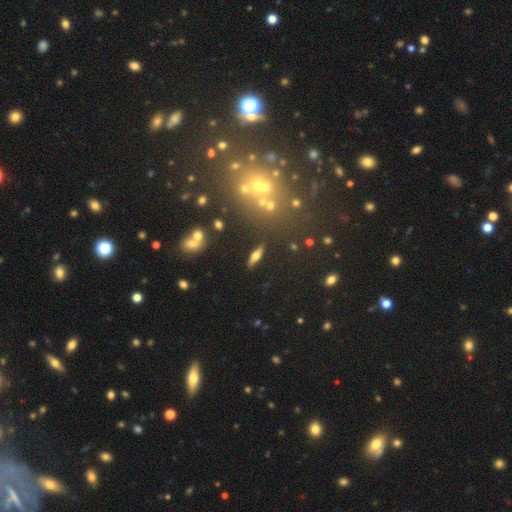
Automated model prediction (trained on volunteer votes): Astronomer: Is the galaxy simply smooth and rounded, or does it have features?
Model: featured or disk — 48% (runner-up: smooth, 40%).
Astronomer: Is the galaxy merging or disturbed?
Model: none — 83%.